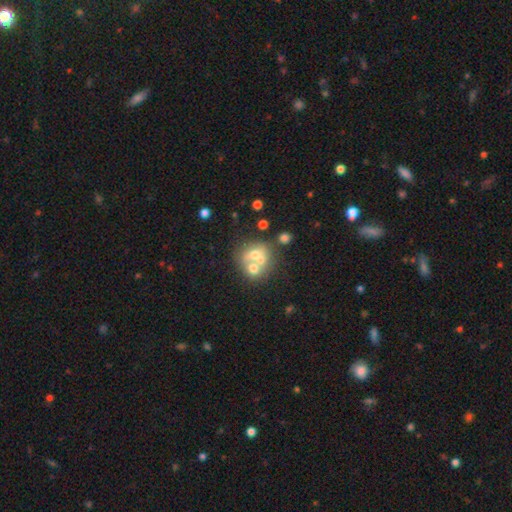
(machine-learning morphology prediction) smooth 47%, featured or disk 38%, star or artifact 15%. Down the decision tree: merging — merger (55%).